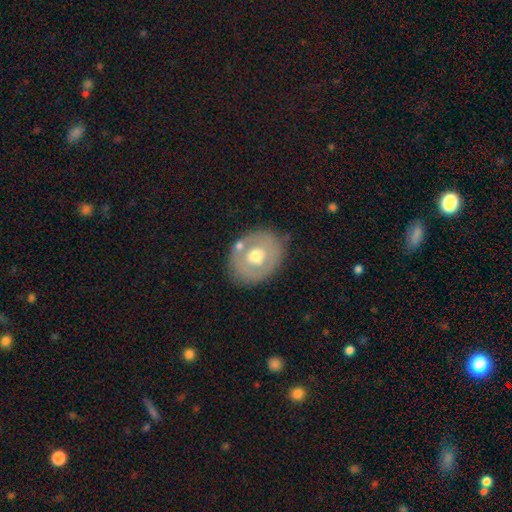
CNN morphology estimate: A featured or disk galaxy (48%).

Vote fractions:
- Smooth or featured? featured or disk: 48% / smooth: 46% / star or artifact: 6%
- Merging? none: 73% / minor disturbance: 15% / merger: 7% / major disturbance: 5%